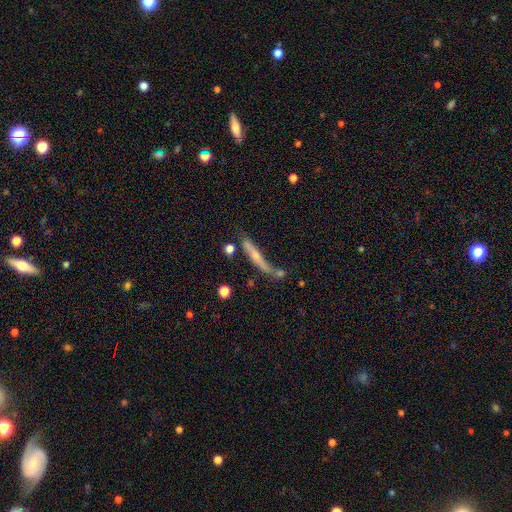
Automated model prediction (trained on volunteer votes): This appears to be a featured or disk galaxy (47%). Merging: none (52%).